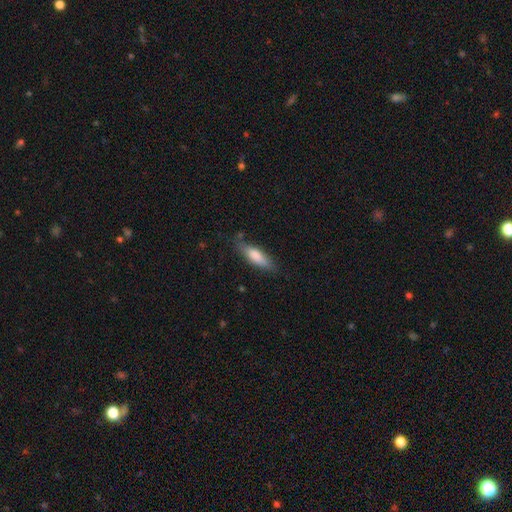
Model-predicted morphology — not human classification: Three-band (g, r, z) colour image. It shows a smooth galaxy with no disk features (78%) that is cigar-shaped (52%). Merging: none (74%).